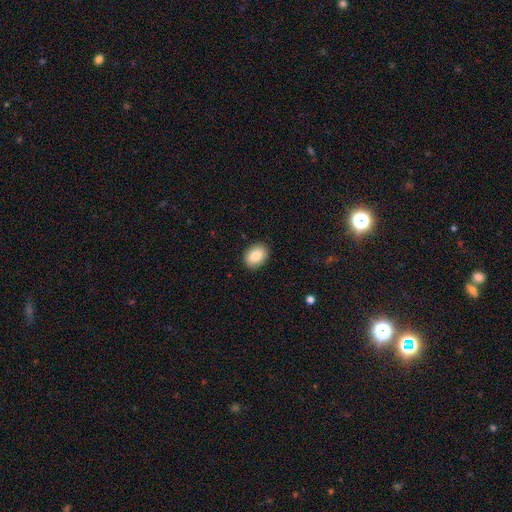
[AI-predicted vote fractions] Morphology: type=smooth (85%); roundness=in between (78%); merging=none (89%).